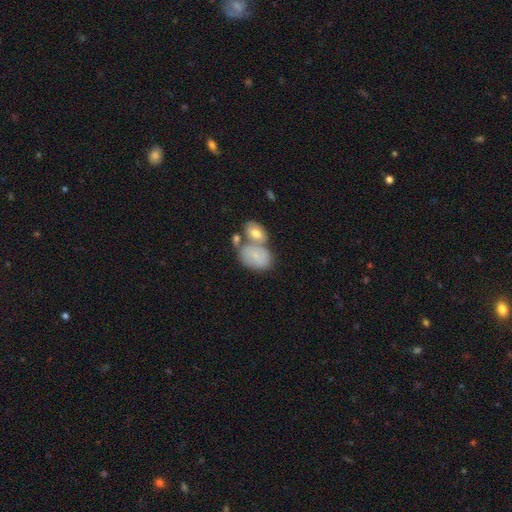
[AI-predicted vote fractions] The model was most divided on "merging": merger: 47%, none: 31%, minor disturbance: 15%, major disturbance: 7%. More confident: how rounded — in between (83%); smooth or featured — smooth (64%).